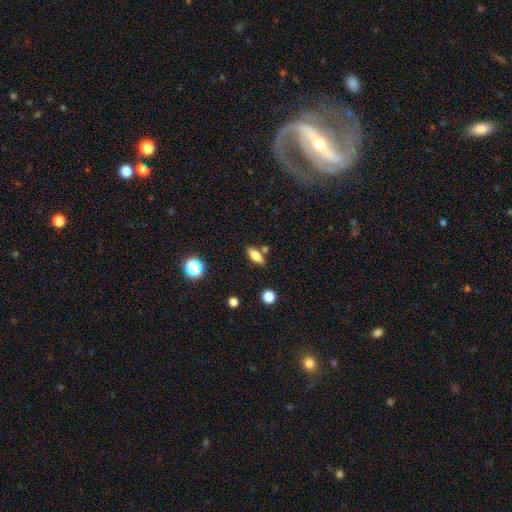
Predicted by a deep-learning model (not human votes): A smooth galaxy with no disk features (66%) that is in between round and cigar-shaped (68%).

Vote fractions:
- Smooth or featured? smooth: 66% / featured or disk: 24% / star or artifact: 9%
- How rounded? in between: 68% / cigar-shaped: 27% / round: 5%
- Merging? none: 77% / minor disturbance: 11% / merger: 9% / major disturbance: 3%